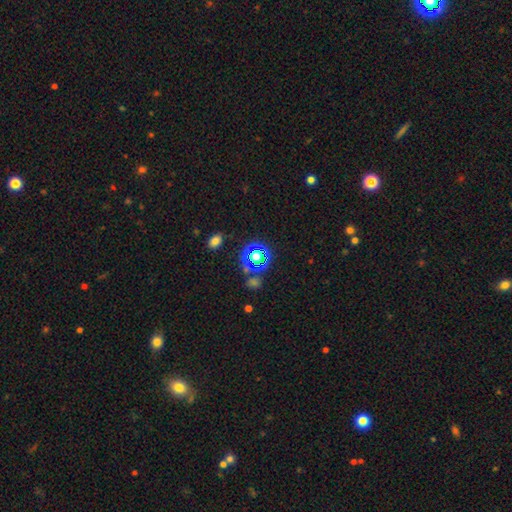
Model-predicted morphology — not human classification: Smooth or featured? Predicted: star or artifact (p=0.57).